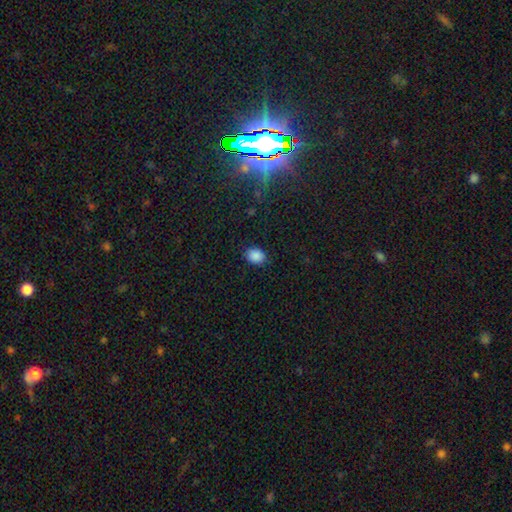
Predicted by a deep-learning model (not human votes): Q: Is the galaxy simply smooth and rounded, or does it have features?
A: smooth — 88%.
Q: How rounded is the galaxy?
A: in between — 64%.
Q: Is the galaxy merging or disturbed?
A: none — 85%.